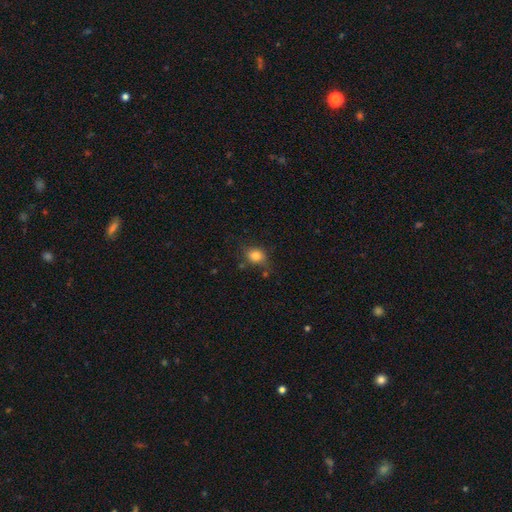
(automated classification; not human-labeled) Morphology: type=smooth (81%); roundness=round (59%); merging=none (71%).